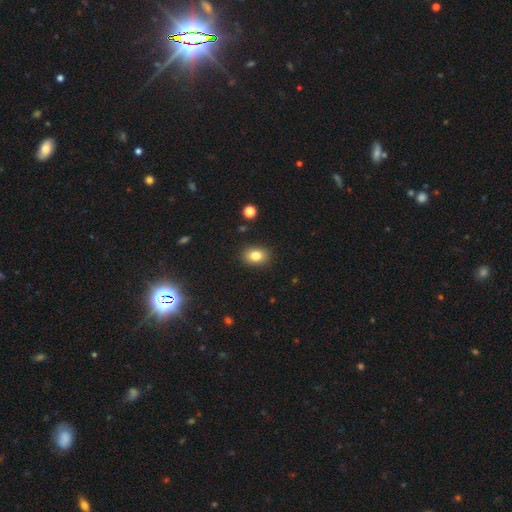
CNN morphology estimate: smooth 82%, star or artifact 10%, featured or disk 7%. Down the decision tree: how rounded — in between (67%); merging — none (88%).